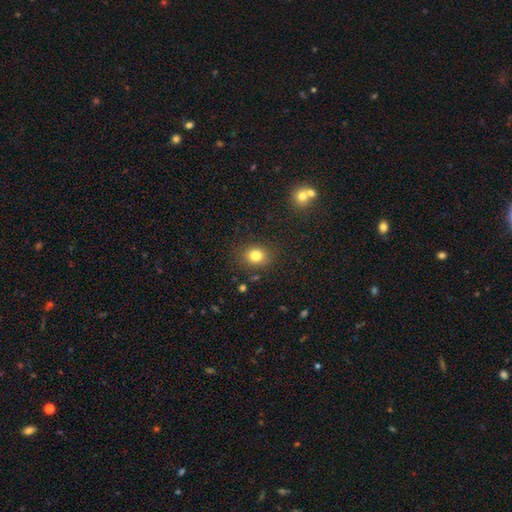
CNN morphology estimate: This is clearly a smooth galaxy (81%). How rounded: likely round (66%). Merging: clearly none (83%).